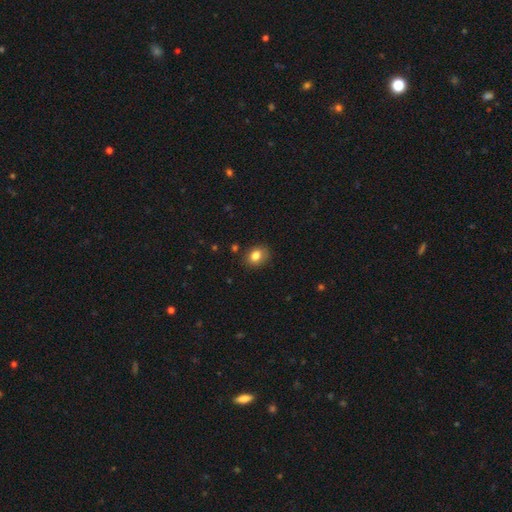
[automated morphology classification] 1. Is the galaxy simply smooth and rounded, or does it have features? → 81% smooth, 10% star or artifact, 9% featured or disk.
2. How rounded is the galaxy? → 55% in between, 44% round, 1% cigar-shaped.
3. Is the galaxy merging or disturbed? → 84% none, 12% minor disturbance, 3% major disturbance, 2% merger.